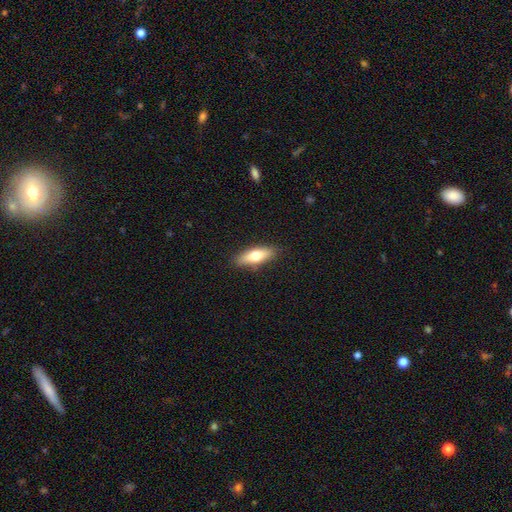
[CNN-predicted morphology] The model was most divided on "how rounded": in between: 57%, cigar-shaped: 40%, round: 3%. More confident: merging — none (87%); smooth or featured — smooth (65%).